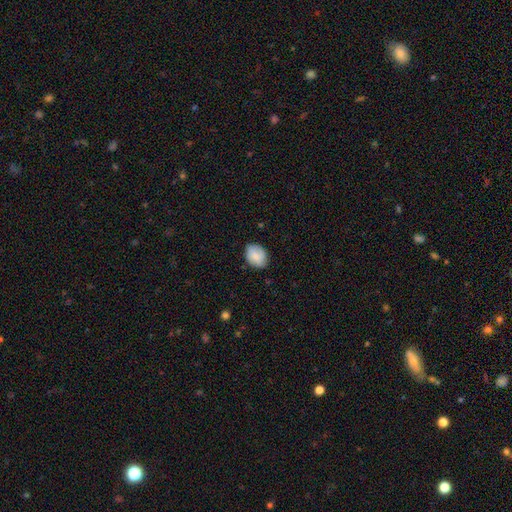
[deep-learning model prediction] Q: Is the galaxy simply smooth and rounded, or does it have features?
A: smooth — 75%.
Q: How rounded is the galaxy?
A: in between — 62%.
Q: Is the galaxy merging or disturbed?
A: none — 77%.